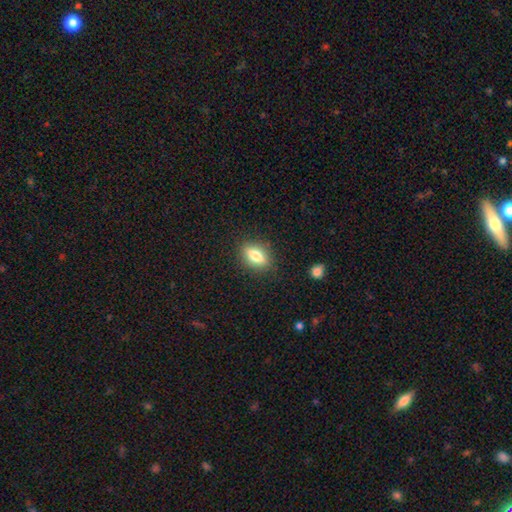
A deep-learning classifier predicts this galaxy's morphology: Overall: smooth (75%). How rounded: in between (75%). Merging: none (85%).